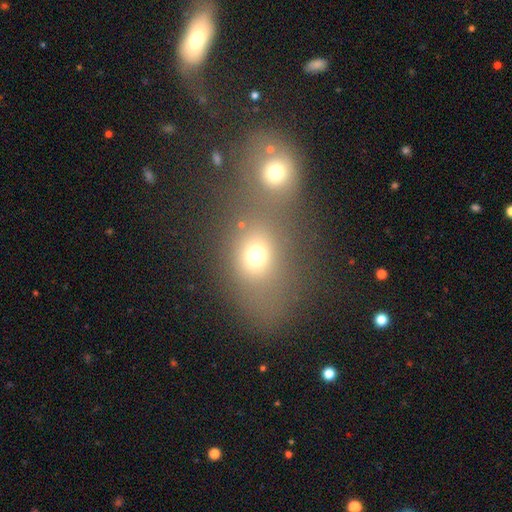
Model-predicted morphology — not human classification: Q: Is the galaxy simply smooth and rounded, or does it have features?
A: smooth — 69%.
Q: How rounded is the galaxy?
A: round — 49%, tied with in between.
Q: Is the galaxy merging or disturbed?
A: merger — 45%.